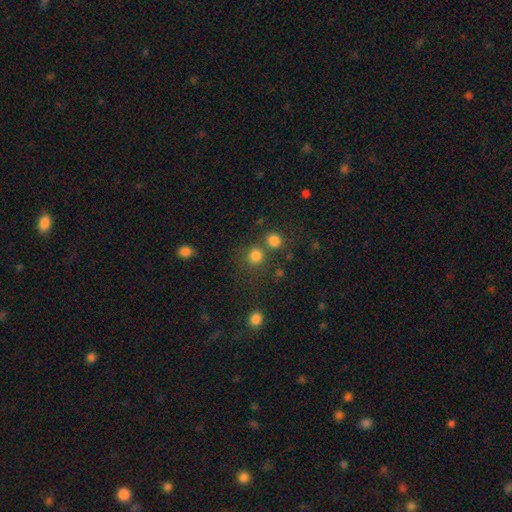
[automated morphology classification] Smooth or featured: smooth — 80% (star or artifact — 15%)
How rounded: round — 89% (in between — 10%)
Merging: none — 65% (merger — 23%)